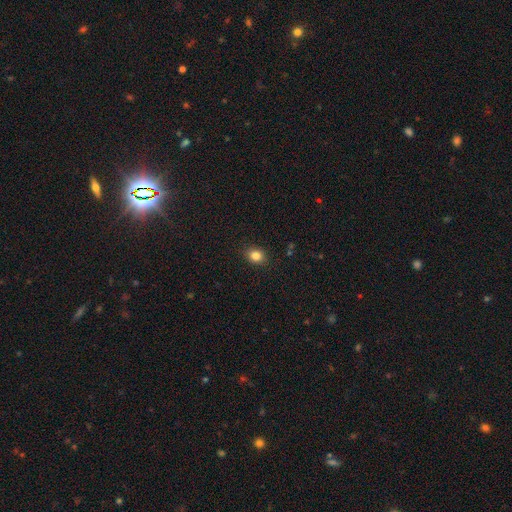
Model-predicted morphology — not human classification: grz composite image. It shows a smooth galaxy with no disk features (84%) that is round (57%). Merging: none (89%).